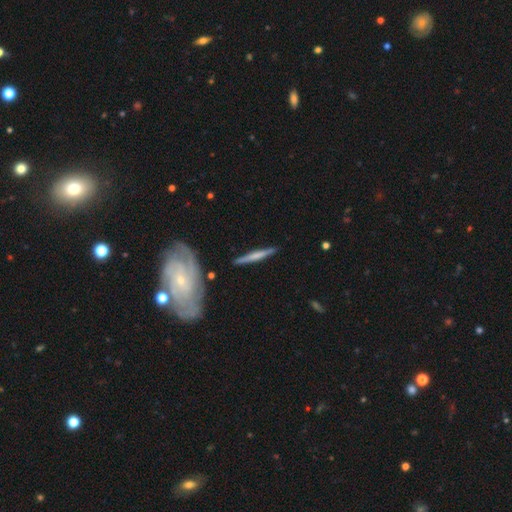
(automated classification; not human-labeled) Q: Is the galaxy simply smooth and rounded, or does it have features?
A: featured or disk — 52%.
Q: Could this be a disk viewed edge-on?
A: yes — 92%.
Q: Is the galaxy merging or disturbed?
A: none — 86%.